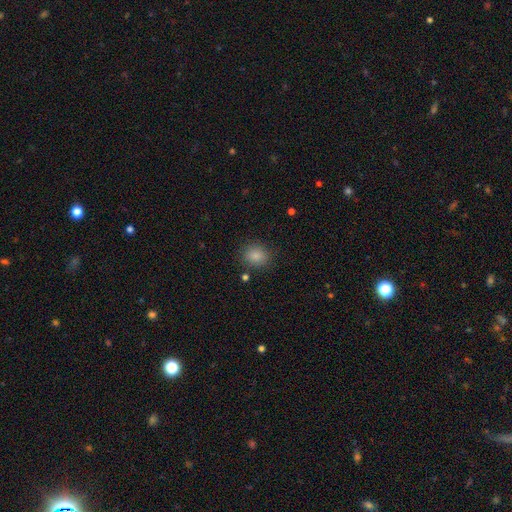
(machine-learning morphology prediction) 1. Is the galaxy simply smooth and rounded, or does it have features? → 86% smooth, 10% star or artifact, 4% featured or disk.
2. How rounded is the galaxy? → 69% round, 30% in between, 1% cigar-shaped.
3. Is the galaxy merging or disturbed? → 84% none, 10% minor disturbance, 3% major disturbance, 2% merger.